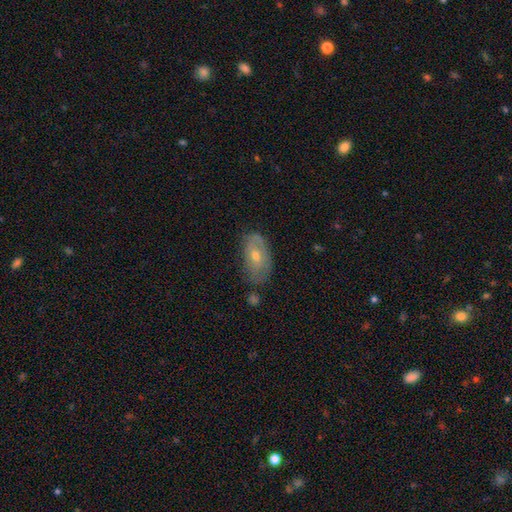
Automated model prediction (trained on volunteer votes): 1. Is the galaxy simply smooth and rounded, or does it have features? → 50% featured or disk, 41% smooth, 9% star or artifact.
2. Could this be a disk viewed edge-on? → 89% no, 11% yes.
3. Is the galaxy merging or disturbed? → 62% none, 27% minor disturbance, 8% major disturbance, 3% merger.